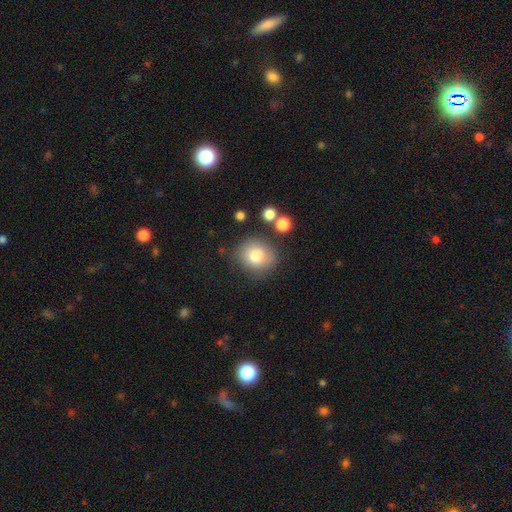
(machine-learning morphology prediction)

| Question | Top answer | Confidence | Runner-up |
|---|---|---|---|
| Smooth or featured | smooth | 79% | featured or disk (11%) |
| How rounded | round | 73% | in between (26%) |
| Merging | none | 74% | minor disturbance (15%) |